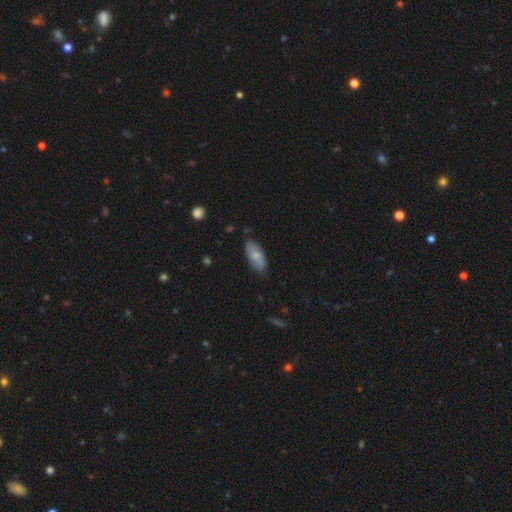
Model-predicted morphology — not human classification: Smooth or featured? Predicted: smooth (p=0.73). How rounded? Predicted: in between (p=0.88). Merging? Predicted: none (p=0.79).